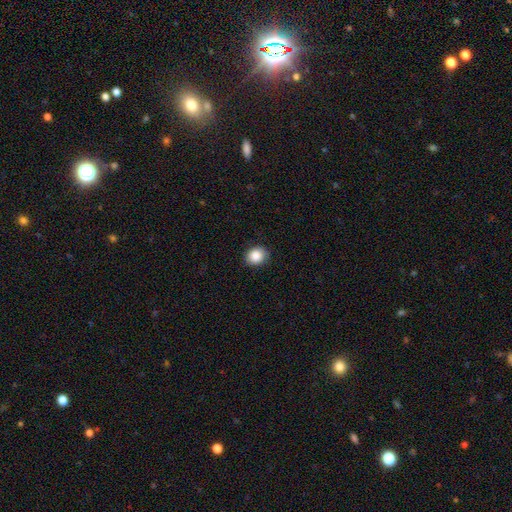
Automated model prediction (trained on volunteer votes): smooth_or_featured: smooth (p=0.87) [alt: star or artifact p=0.09]
how_rounded: round (p=0.69) [alt: in between p=0.31]
merging: none (p=0.86) [alt: minor disturbance p=0.11]